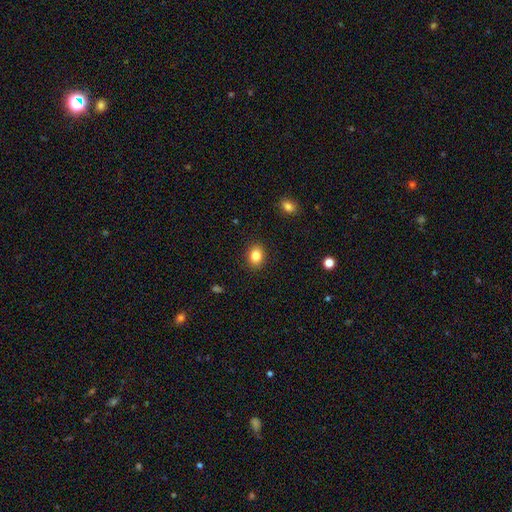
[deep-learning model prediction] Q: Smooth or featured?
A: smooth (84%); runner-up: star or artifact (10%)
Q: How rounded?
A: in between (54%); runner-up: round (45%)
Q: Merging?
A: none (89%); runner-up: minor disturbance (8%)